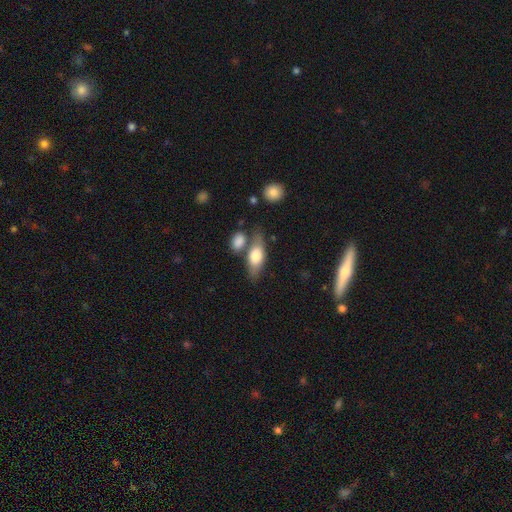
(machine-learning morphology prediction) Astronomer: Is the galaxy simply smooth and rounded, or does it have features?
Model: smooth — 66%.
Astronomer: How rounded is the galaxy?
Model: in between — 76%.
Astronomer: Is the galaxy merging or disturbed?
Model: none — 59%.